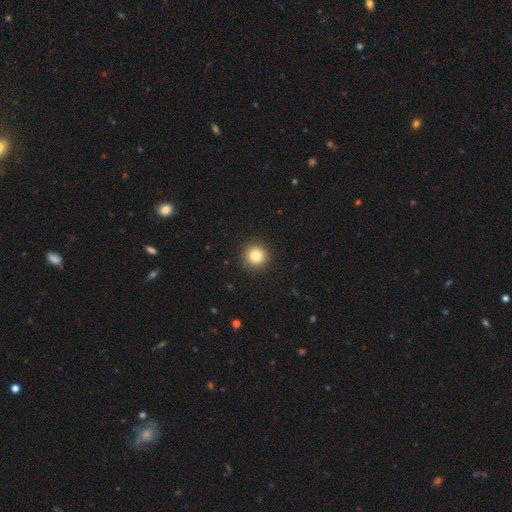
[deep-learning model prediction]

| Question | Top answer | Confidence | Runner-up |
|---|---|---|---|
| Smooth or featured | smooth | 83% | star or artifact (11%) |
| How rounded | round | 95% | in between (4%) |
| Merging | none | 92% | minor disturbance (5%) |